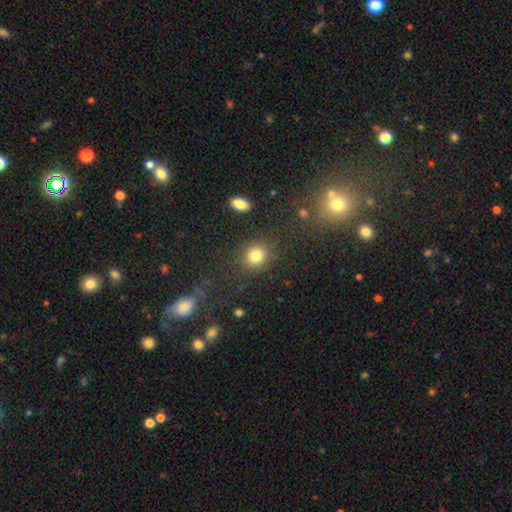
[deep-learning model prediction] This appears to be a smooth galaxy with no disk features (82%) that is round (71%). Merging: none (83%).